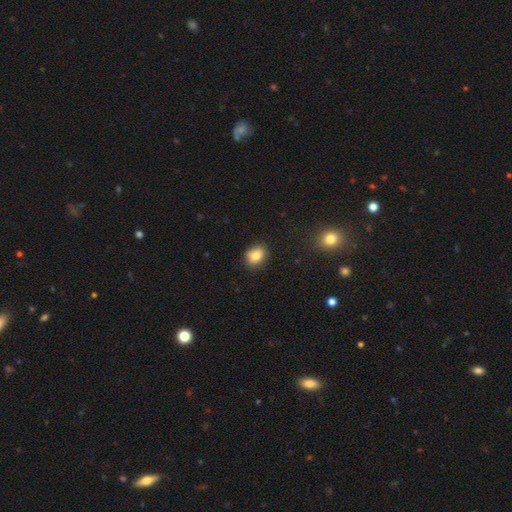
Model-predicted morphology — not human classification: Smooth or featured? smooth (81%)
How rounded? in between (56%)
Merging? none (85%)